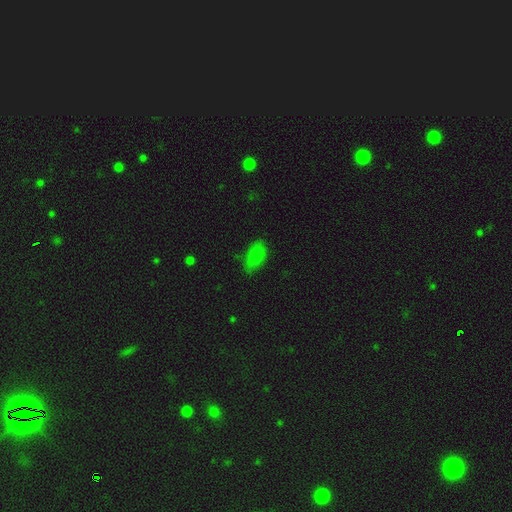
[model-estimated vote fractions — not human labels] smooth-or-featured: smooth: 81% | star or artifact: 10% | featured or disk: 9%
  how-rounded: in between: 91% | round: 5% | cigar-shaped: 4%
  merging: none: 70% | minor disturbance: 23% | major disturbance: 5% | merger: 2%